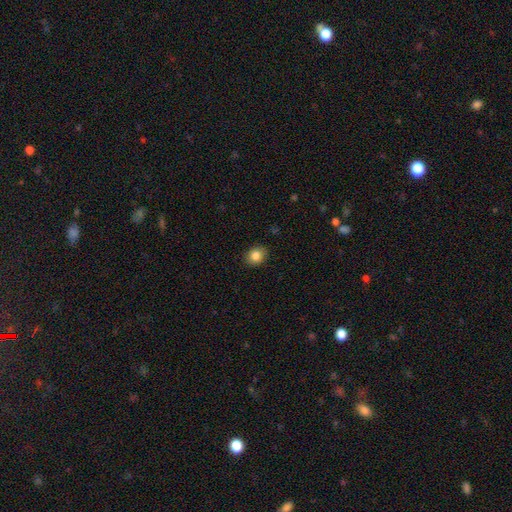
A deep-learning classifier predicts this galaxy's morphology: type=smooth (84%); roundness=round (59%); merging=none (89%).